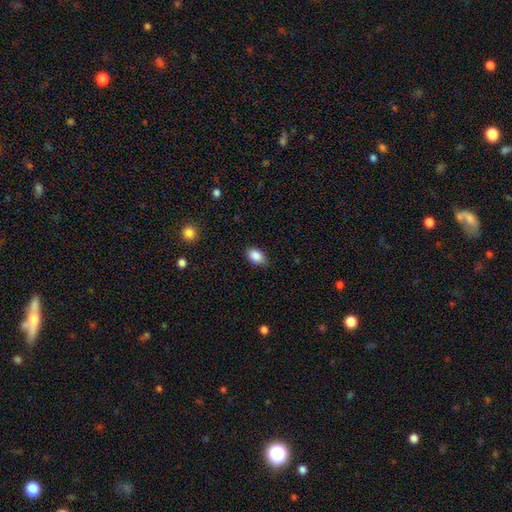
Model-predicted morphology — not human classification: This is clearly a smooth galaxy (88%). How rounded: clearly in between (86%). Merging: likely none (76%).